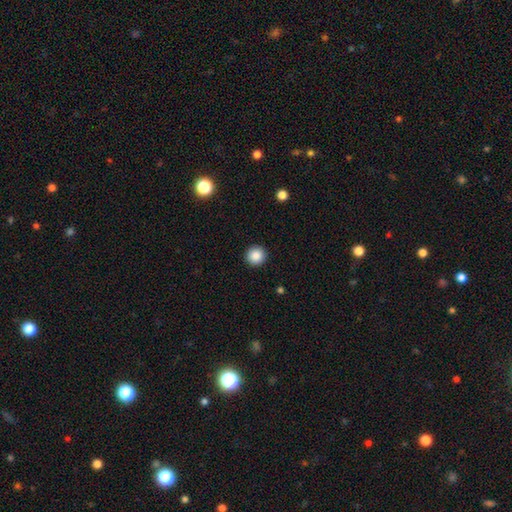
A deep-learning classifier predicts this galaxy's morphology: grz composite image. It shows a smooth galaxy with no disk features (88%) that is round (95%). Merging: none (93%).